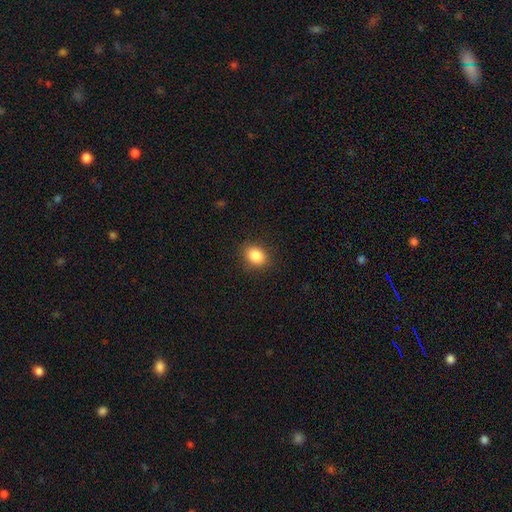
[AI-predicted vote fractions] A smooth galaxy with no disk features (86%) that is in between round and cigar-shaped (59%).

Vote fractions:
- Smooth or featured? smooth: 86% / star or artifact: 9% / featured or disk: 5%
- How rounded? in between: 59% / round: 40% / cigar-shaped: 1%
- Merging? none: 87% / minor disturbance: 9% / major disturbance: 3% / merger: 1%